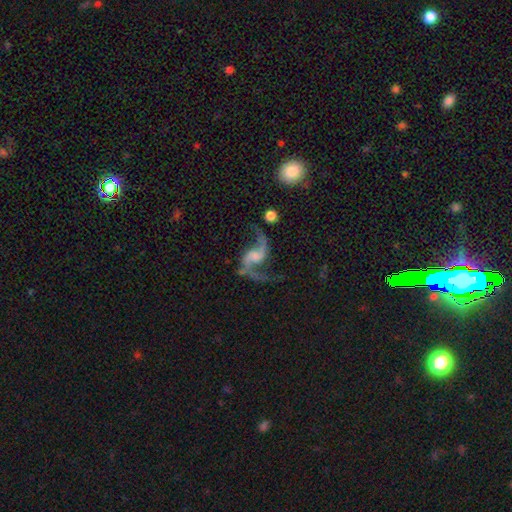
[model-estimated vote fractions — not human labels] Smooth or featured: featured or disk — 90% (star or artifact — 5%)
Edge-on disk: no — 98% (yes — 2%)
Bar: no — 45% (weak — 41%)
Spiral arms: yes — 97% (no — 3%)
Spiral winding: loose — 82% (medium — 16%)
Spiral arm count: 2 — 94% (1 — 2%)
Bulge size: none — 35% (small — 28%)
Merging: none — 67% (minor disturbance — 15%)